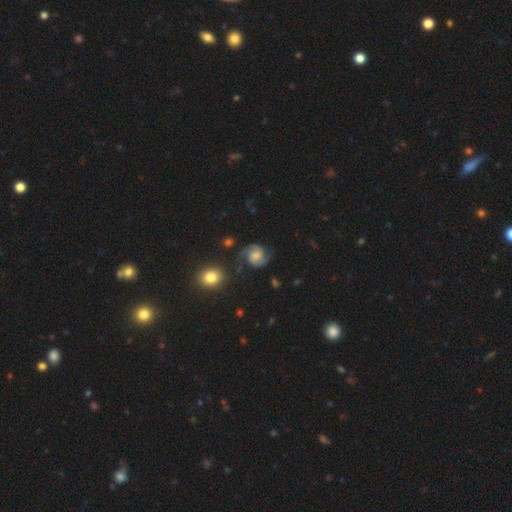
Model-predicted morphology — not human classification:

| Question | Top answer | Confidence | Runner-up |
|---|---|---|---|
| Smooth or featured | featured or disk | 84% | smooth (10%) |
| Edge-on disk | no | 98% | yes (2%) |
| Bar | no | 48% | weak (41%) |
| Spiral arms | yes | 97% | no (3%) |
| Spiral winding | medium | 57% | tight (23%) |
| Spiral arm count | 2 | 93% | can't tell (2%) |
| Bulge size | moderate | 37% | small (25%) |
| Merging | none | 77% | minor disturbance (14%) |